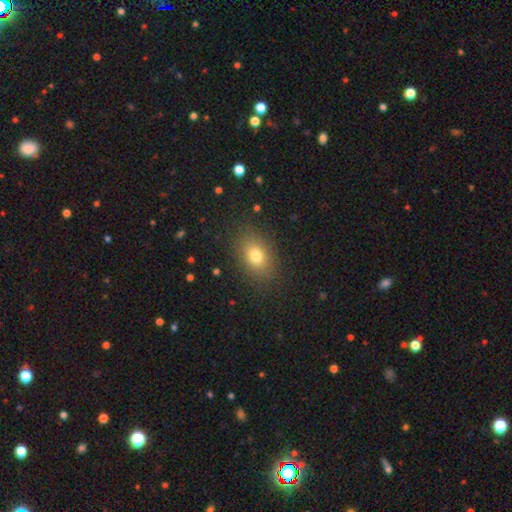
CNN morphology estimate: smooth 76%, star or artifact 13%, featured or disk 11%. Down the decision tree: how rounded — in between (76%); merging — none (86%).